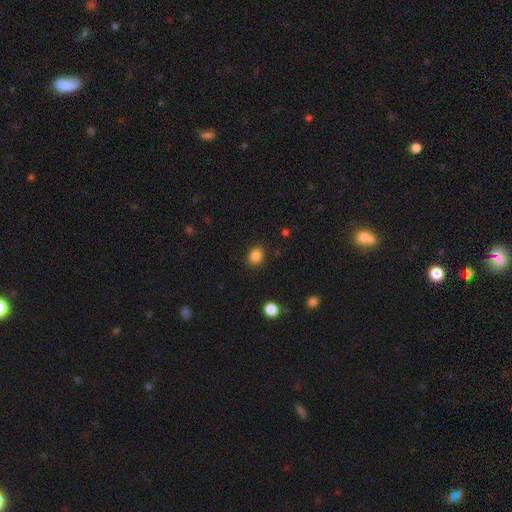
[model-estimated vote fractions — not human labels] The model was most divided on "how rounded": in between: 51%, round: 48%, cigar-shaped: 1%. More confident: merging — none (87%); smooth or featured — smooth (86%).